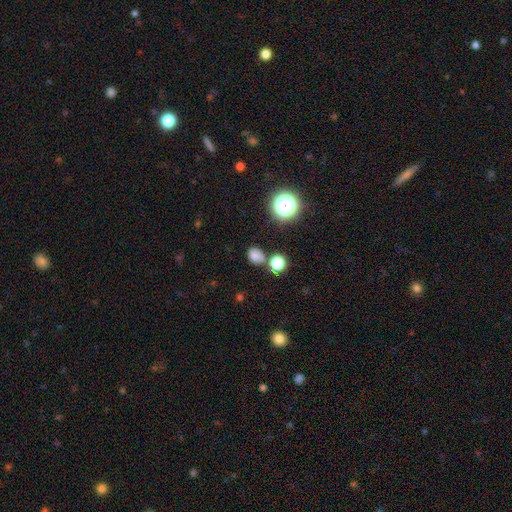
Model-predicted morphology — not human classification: Smooth or featured? smooth (74%)
How rounded? round (54%)
Merging? none (71%)